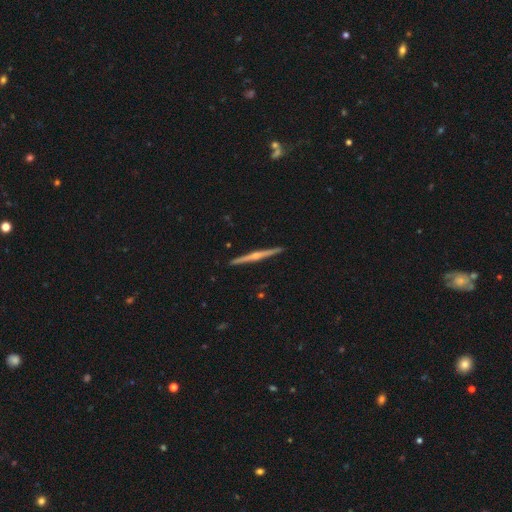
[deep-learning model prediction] Smooth or featured: featured or disk — 81% (smooth — 14%)
Edge-on disk: yes — 99% (no — 1%)
Edge-on bulge: rounded — 84% (none — 11%)
Merging: none — 93% (minor disturbance — 5%)